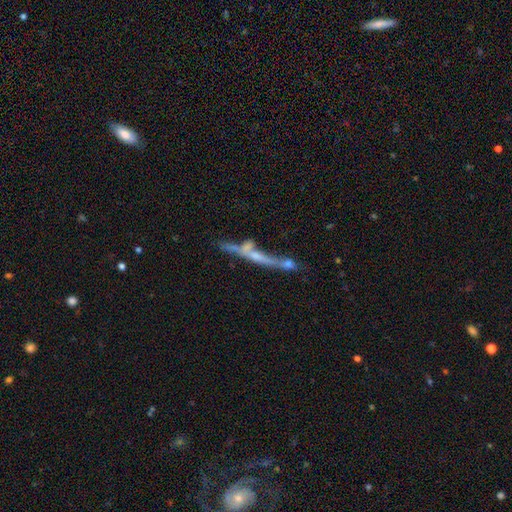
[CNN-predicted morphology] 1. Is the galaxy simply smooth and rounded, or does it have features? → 65% featured or disk, 22% smooth, 13% star or artifact.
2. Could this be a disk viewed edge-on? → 80% yes, 20% no.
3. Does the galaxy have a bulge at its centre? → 51% none, 39% rounded, 10% boxy.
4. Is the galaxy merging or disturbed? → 44% none, 28% merger, 15% minor disturbance, 12% major disturbance.